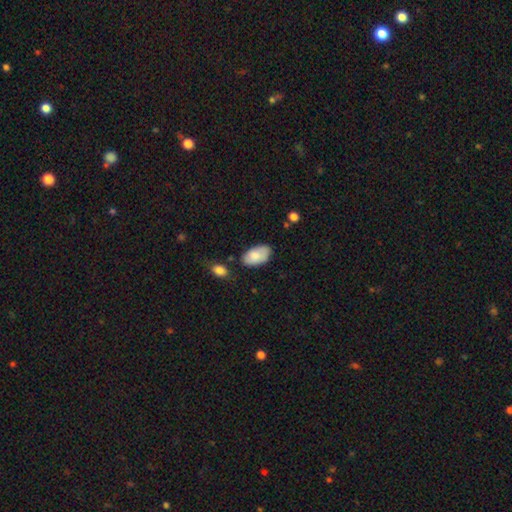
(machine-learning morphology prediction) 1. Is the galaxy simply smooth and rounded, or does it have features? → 81% smooth, 13% featured or disk, 6% star or artifact.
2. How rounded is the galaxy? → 95% in between, 3% round, 2% cigar-shaped.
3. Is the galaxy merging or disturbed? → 70% none, 21% minor disturbance, 5% merger, 4% major disturbance.